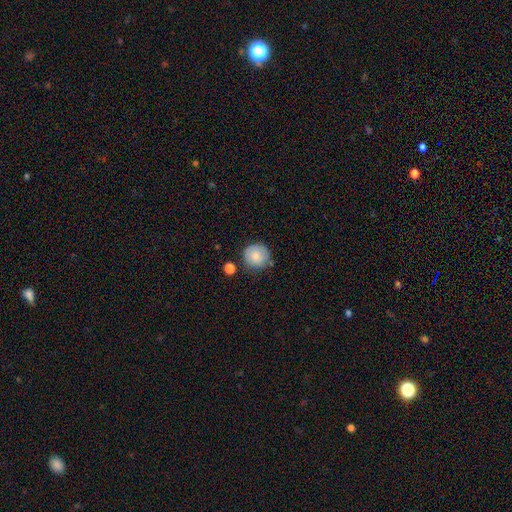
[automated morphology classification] This is clearly a smooth galaxy (82%). How rounded: clearly round (92%). Merging: likely none (75%).